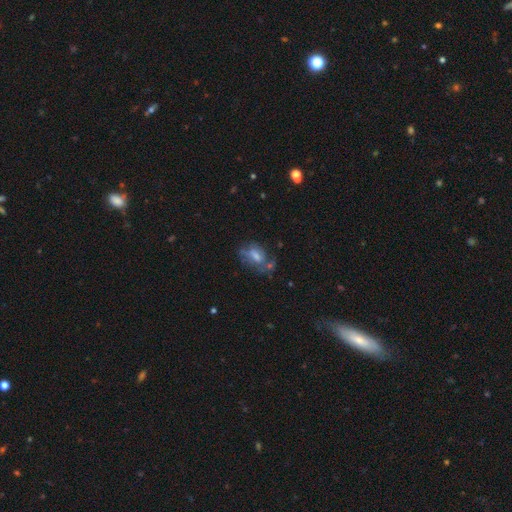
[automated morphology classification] Q: Smooth or featured?
A: smooth (46%); runner-up: featured or disk (43%)
Q: Merging?
A: none (42%); runner-up: minor disturbance (26%)